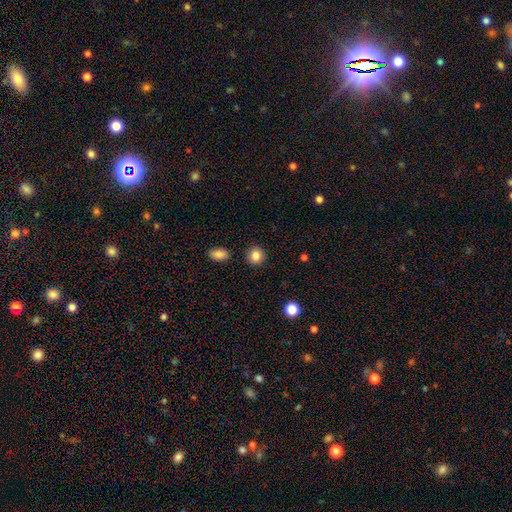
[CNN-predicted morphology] smooth-or-featured: smooth: 87% | star or artifact: 9% | featured or disk: 4%
  how-rounded: round: 87% | in between: 12% | cigar-shaped: 1%
  merging: none: 91% | minor disturbance: 6% | merger: 2% | major disturbance: 2%